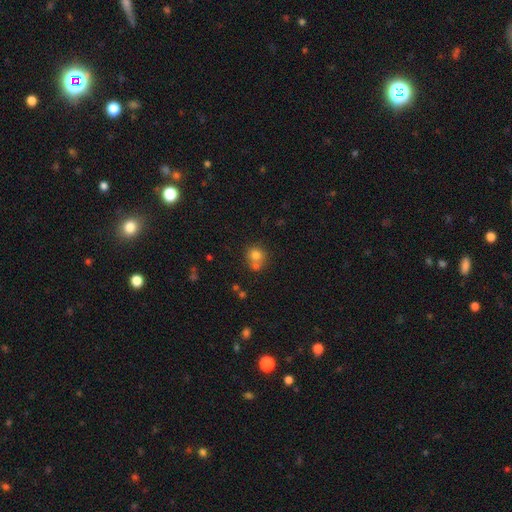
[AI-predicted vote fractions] Smooth or featured?
  - smooth: 75% *
  - star or artifact: 12%
  - featured or disk: 12%
How rounded?
  - round: 85% *
  - in between: 14%
  - cigar-shaped: 1%
Merging?
  - none: 49% *
  - merger: 37%
  - minor disturbance: 10%
  - major disturbance: 4%